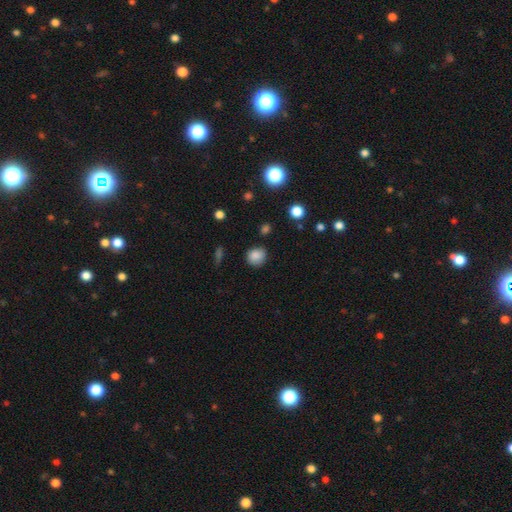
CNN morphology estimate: Smooth or featured: smooth — 84% (star or artifact — 10%)
How rounded: round — 81% (in between — 18%)
Merging: none — 80% (minor disturbance — 15%)